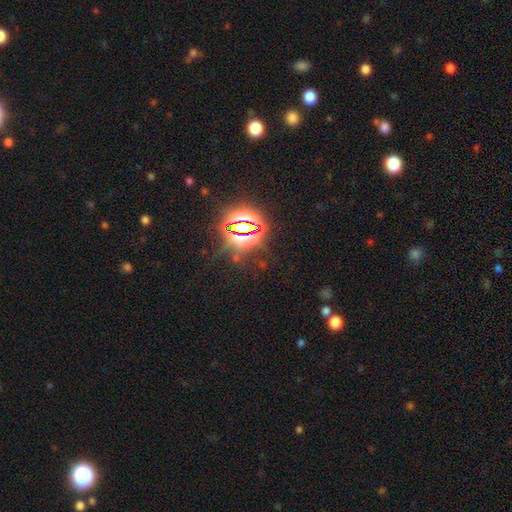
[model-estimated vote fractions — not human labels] Overall: star or artifact (81%).